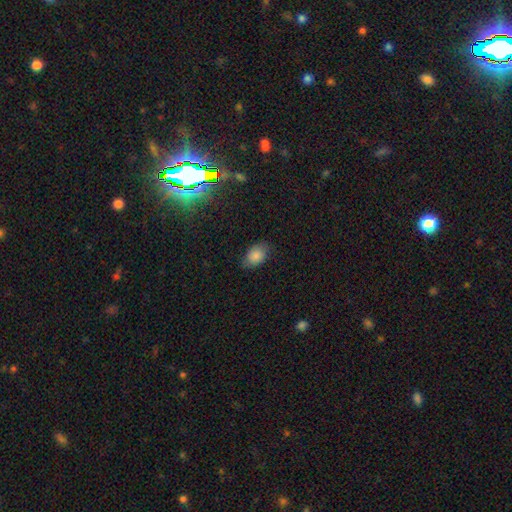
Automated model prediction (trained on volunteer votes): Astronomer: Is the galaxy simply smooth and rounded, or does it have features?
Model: smooth — 84%.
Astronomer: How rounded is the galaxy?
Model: in between — 85%.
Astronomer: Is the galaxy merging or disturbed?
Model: none — 76%.